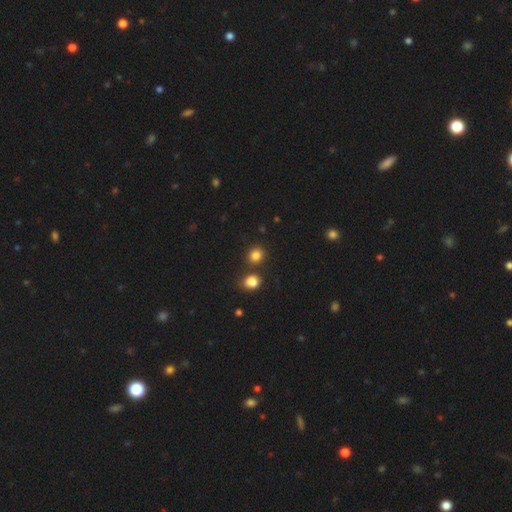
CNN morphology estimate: Overall: smooth (83%). How rounded: round (80%). Merging: none (76%).